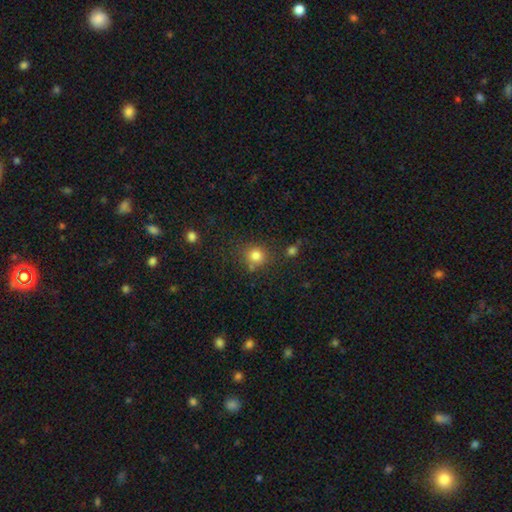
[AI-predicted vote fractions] Overall: smooth (81%). How rounded: round (84%). Merging: none (72%).